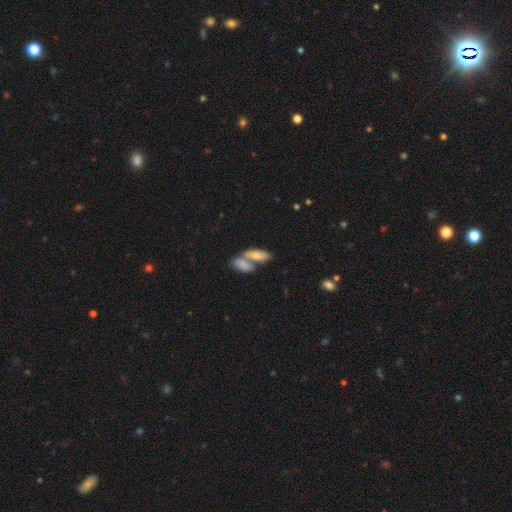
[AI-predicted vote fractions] Smooth or featured: smooth — 76% (featured or disk — 17%)
How rounded: in between — 81% (cigar-shaped — 16%)
Merging: merger — 64% (none — 26%)